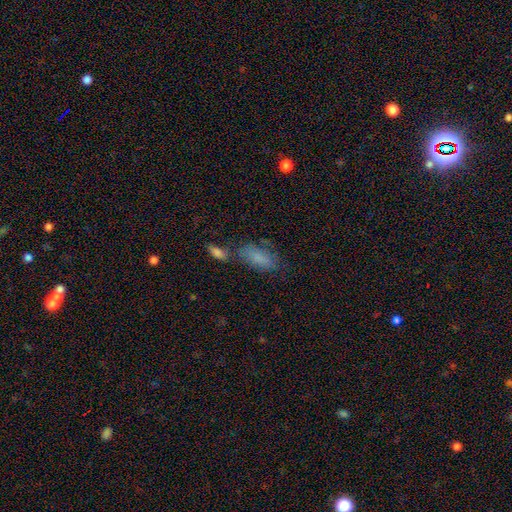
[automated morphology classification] type=smooth (70%); roundness=in between (82%); merging=none (54%).